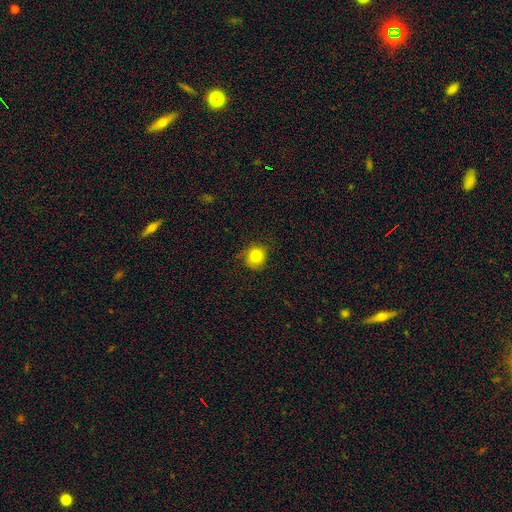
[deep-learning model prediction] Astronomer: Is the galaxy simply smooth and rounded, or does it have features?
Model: smooth — 79%.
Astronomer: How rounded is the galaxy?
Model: round — 87%.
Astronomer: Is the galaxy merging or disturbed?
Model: none — 76%.